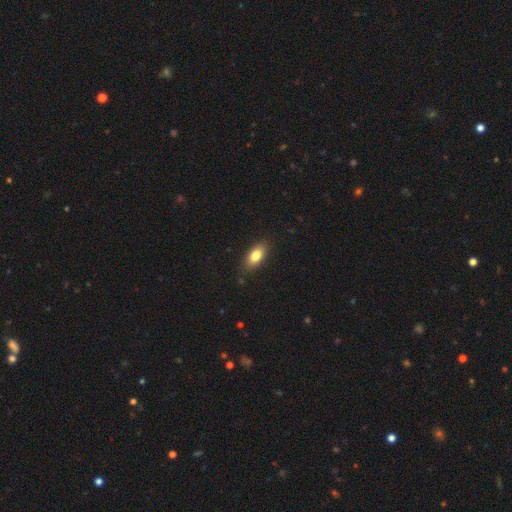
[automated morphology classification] The model was most divided on "smooth or featured": smooth: 81%, featured or disk: 11%, star or artifact: 8%. More confident: how rounded — in between (87%); merging — none (84%).